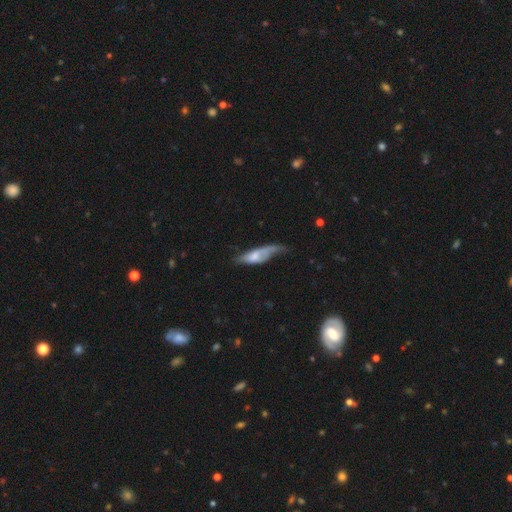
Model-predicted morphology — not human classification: Smooth or featured?
  - smooth: 55% *
  - featured or disk: 39%
  - star or artifact: 6%
How rounded?
  - in between: 53% *
  - cigar-shaped: 45%
  - round: 2%
Merging?
  - major disturbance: 37% *
  - minor disturbance: 34%
  - none: 23%
  - merger: 6%